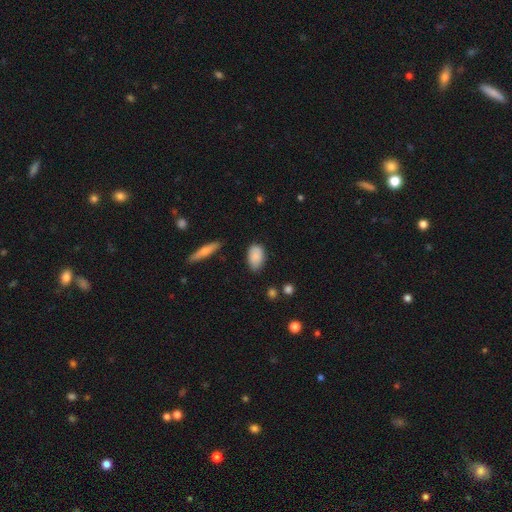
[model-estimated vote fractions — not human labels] smooth 84%, featured or disk 9%, star or artifact 7%. Down the decision tree: how rounded — in between (92%); merging — none (73%).